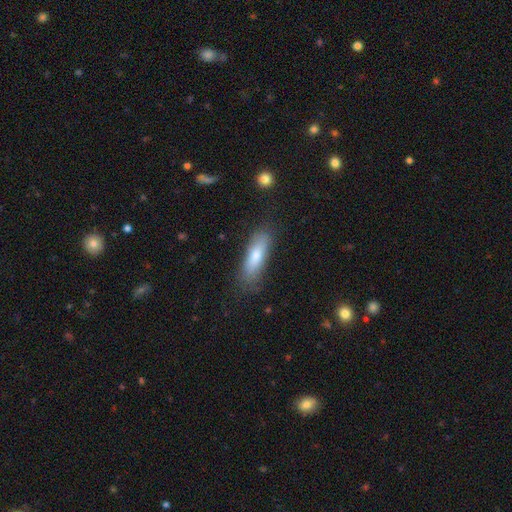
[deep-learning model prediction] Overall: smooth (71%). How rounded: cigar-shaped (54%; in between 44%). Merging: none (78%).